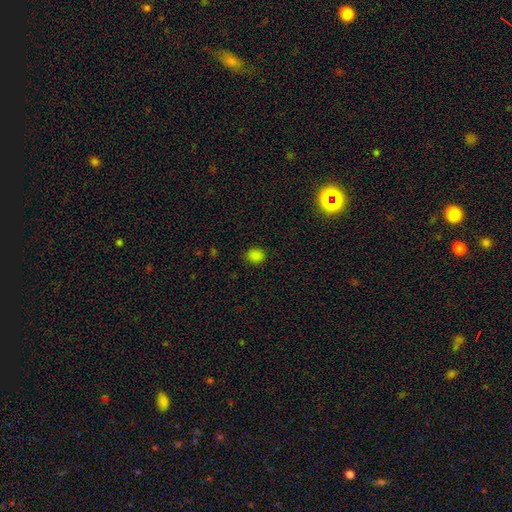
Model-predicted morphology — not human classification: type=smooth (82%); roundness=round (59%); merging=none (87%).